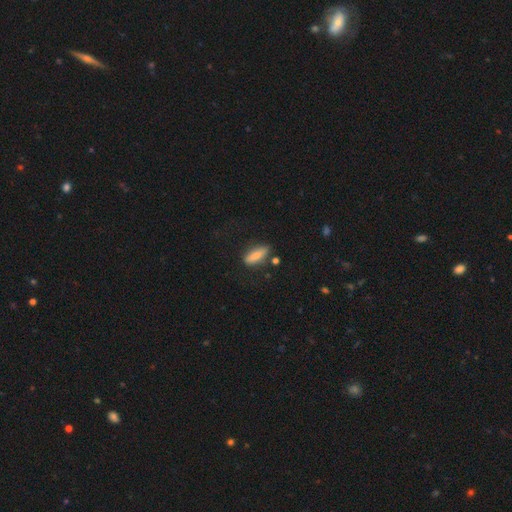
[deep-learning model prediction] The model was most divided on "how rounded": cigar-shaped: 54%, in between: 44%, round: 3%. More confident: smooth or featured — smooth (78%); merging — none (72%).